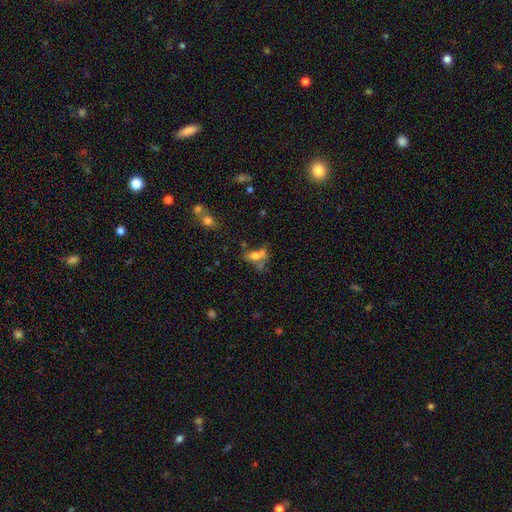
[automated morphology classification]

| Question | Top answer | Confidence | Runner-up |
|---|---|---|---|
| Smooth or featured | smooth | 61% | featured or disk (25%) |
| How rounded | in between | 74% | round (13%) |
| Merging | none | 34% | merger (31%) |